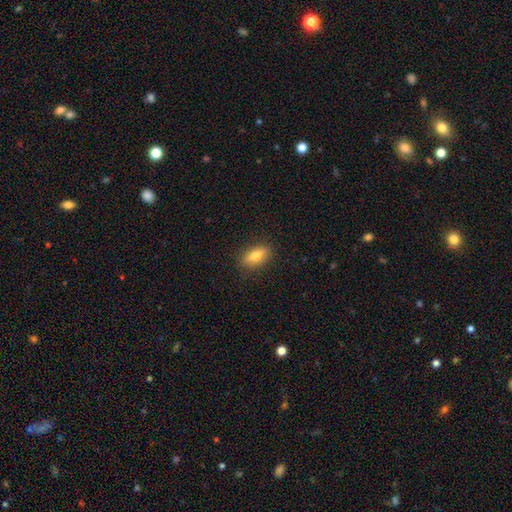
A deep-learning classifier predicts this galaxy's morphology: The model was most divided on "smooth or featured": smooth: 63%, featured or disk: 30%, star or artifact: 8%. More confident: merging — none (86%); how rounded — in between (66%).